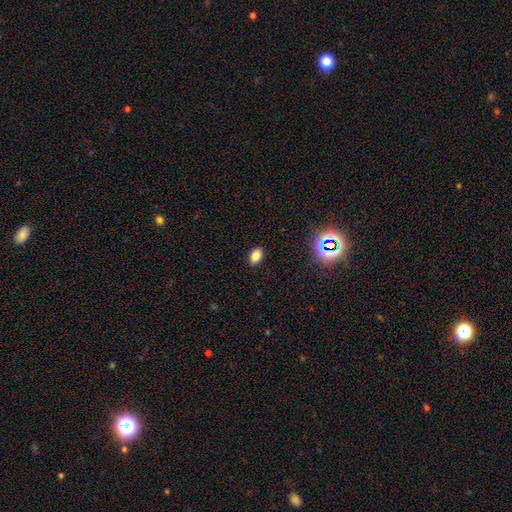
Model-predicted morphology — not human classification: Q: Smooth or featured?
A: smooth (80%); runner-up: star or artifact (14%)
Q: How rounded?
A: in between (87%); runner-up: round (11%)
Q: Merging?
A: none (89%); runner-up: minor disturbance (8%)